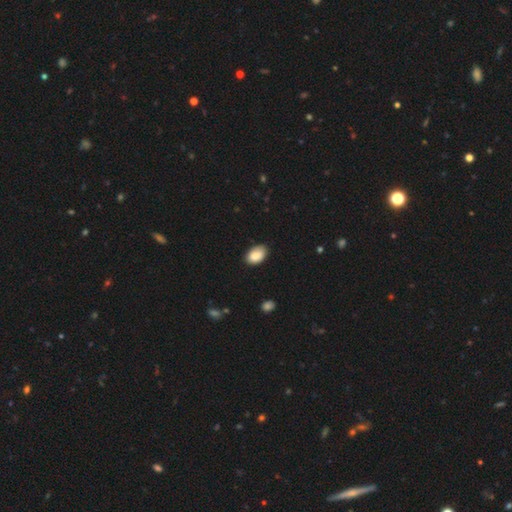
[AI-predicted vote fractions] Smooth or featured: smooth — 87% (star or artifact — 7%)
How rounded: in between — 91% (round — 8%)
Merging: none — 76% (minor disturbance — 20%)